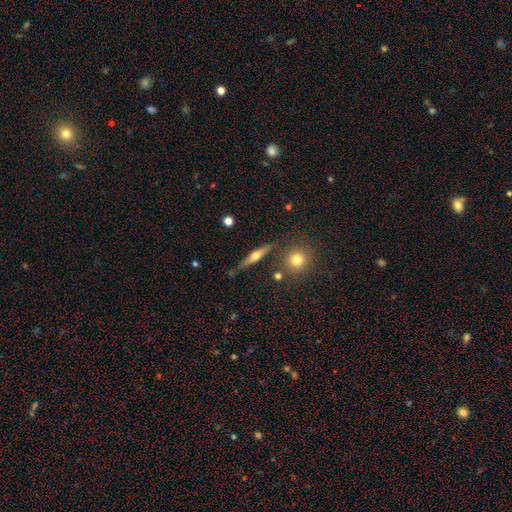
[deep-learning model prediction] Overall: featured or disk (62%; smooth 29%). Edge-on disk: yes (95%). Edge-on bulge: rounded (92%). Merging: none (81%).